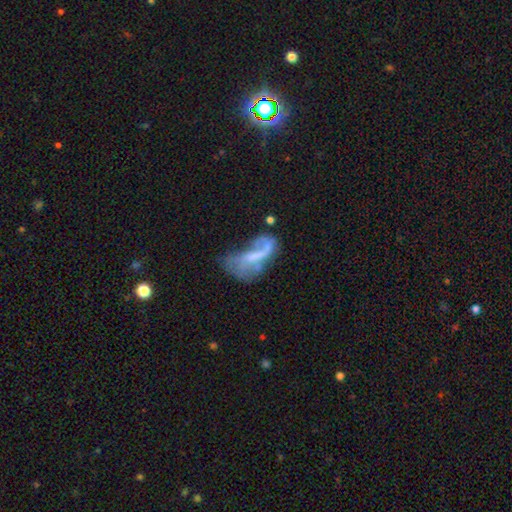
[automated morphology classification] type=featured or disk (57%); edge-on=no (94%); bar=no (54%); spiral arms=no (58%); bulge=none (56%); merging=major disturbance (46%).